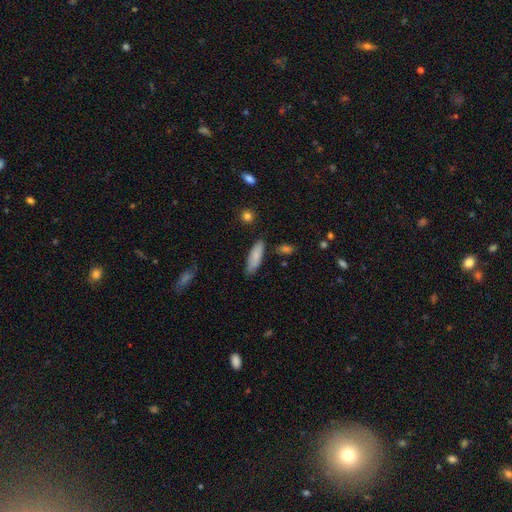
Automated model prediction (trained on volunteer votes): Smooth or featured: smooth — 83% (featured or disk — 11%)
How rounded: in between — 52% (cigar-shaped — 47%)
Merging: none — 80% (minor disturbance — 14%)